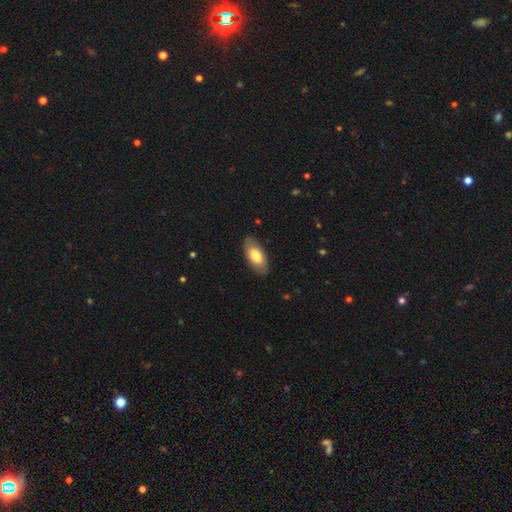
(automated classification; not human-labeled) Smooth or featured?
  - smooth: 76% *
  - featured or disk: 19%
  - star or artifact: 5%
How rounded?
  - in between: 92% *
  - cigar-shaped: 6%
  - round: 2%
Merging?
  - none: 85% *
  - minor disturbance: 11%
  - major disturbance: 3%
  - merger: 1%